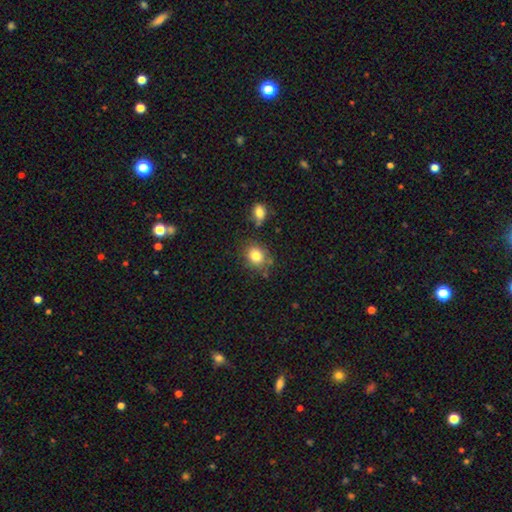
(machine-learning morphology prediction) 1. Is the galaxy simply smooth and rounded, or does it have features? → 82% smooth, 10% star or artifact, 8% featured or disk.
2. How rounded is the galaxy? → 64% round, 35% in between, 1% cigar-shaped.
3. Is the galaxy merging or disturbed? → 75% none, 14% minor disturbance, 8% merger, 4% major disturbance.